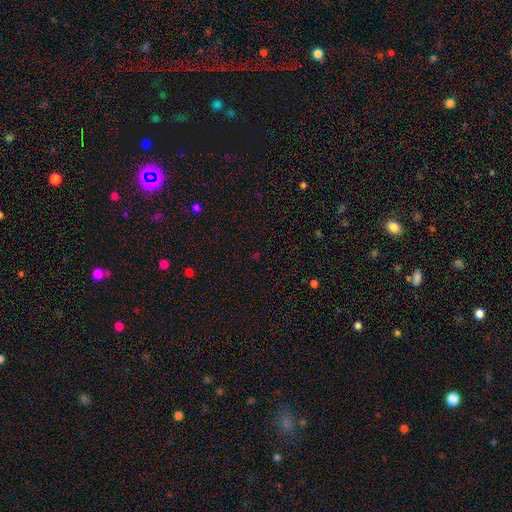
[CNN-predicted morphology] A star or artifact, not a galaxy (63%).

Vote fractions:
- Smooth or featured? star or artifact: 63% / smooth: 30% / featured or disk: 7%